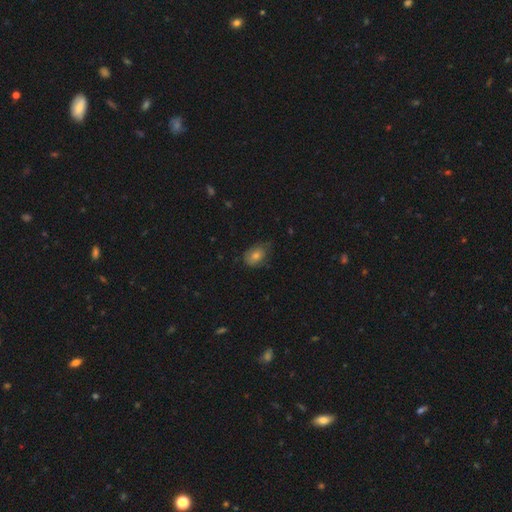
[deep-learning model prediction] Q: Smooth or featured?
A: smooth (67%); runner-up: featured or disk (20%)
Q: How rounded?
A: in between (73%); runner-up: round (26%)
Q: Merging?
A: none (64%); runner-up: minor disturbance (28%)